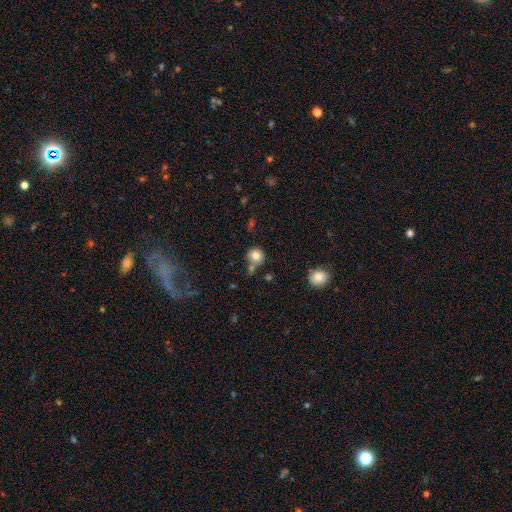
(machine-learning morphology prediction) This appears to be a smooth galaxy with no disk features (80%) that is round (89%). Merging: none (67%).